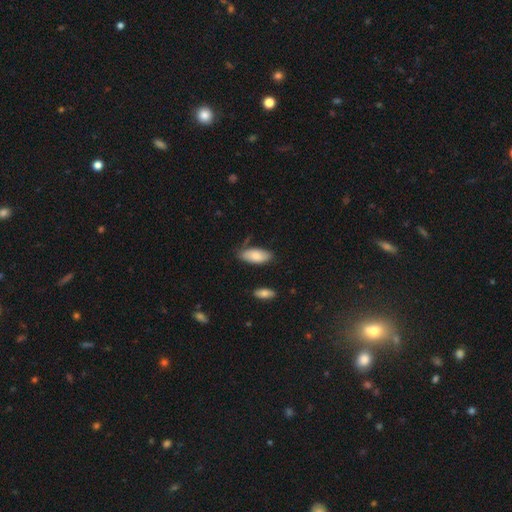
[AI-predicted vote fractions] Overall: smooth (80%). How rounded: in between (89%). Merging: none (70%).